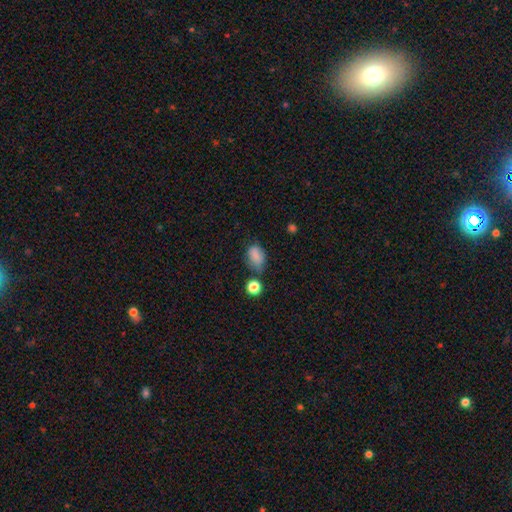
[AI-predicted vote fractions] Morphology: type=smooth (82%); roundness=in between (78%); merging=none (59%).